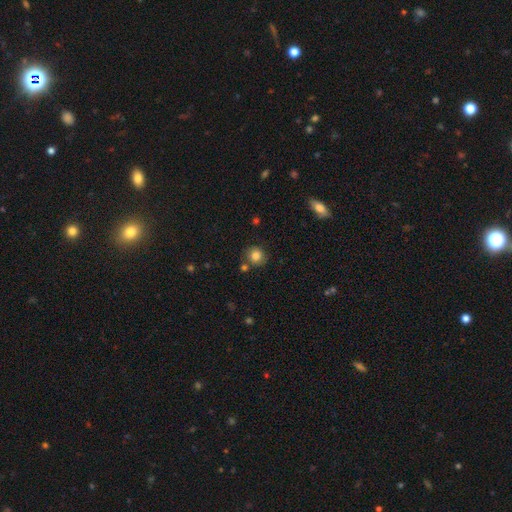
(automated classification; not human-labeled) Smooth or featured: smooth — 82% (star or artifact — 10%)
How rounded: round — 87% (in between — 12%)
Merging: none — 79% (minor disturbance — 11%)